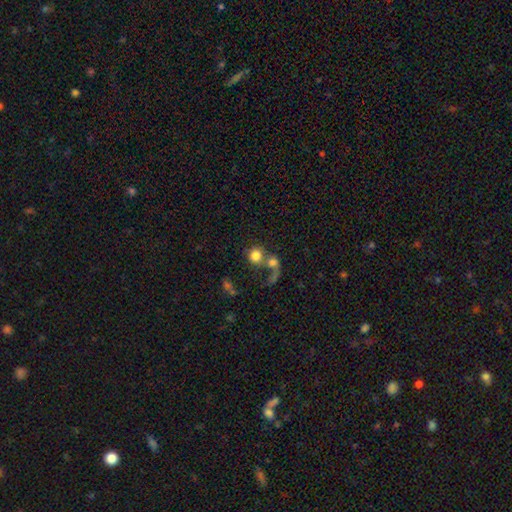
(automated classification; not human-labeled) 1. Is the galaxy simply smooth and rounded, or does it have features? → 71% smooth, 19% featured or disk, 10% star or artifact.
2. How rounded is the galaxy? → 85% round, 13% in between, 1% cigar-shaped.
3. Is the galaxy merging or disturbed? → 51% merger, 27% none, 15% major disturbance, 7% minor disturbance.